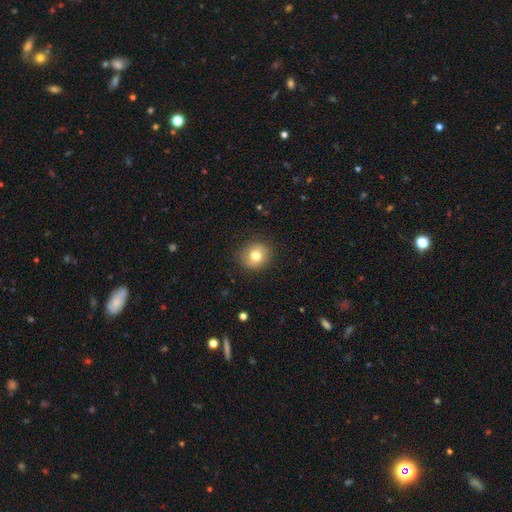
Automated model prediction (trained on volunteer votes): smooth 77%, featured or disk 13%, star or artifact 10%. Down the decision tree: how rounded — round (86%); merging — none (87%).